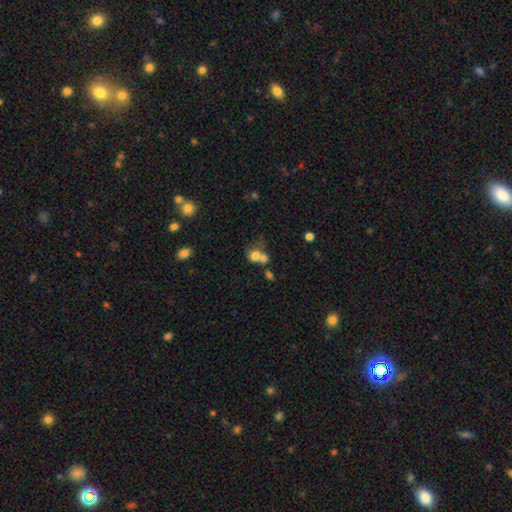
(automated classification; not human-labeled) Overall: smooth (71%). How rounded: round (61%; in between 37%). Merging: merger (55%; none 28%).